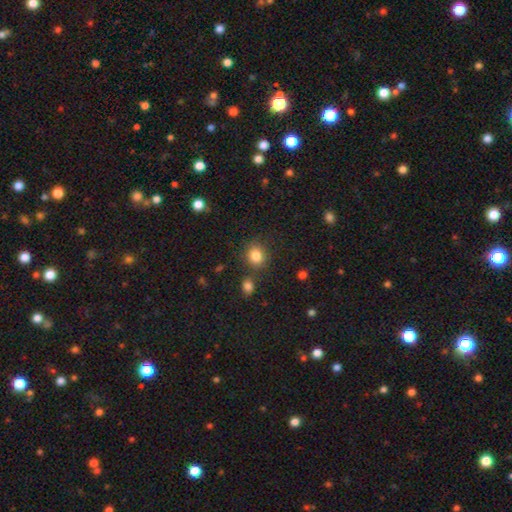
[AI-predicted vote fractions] smooth_or_featured: smooth (p=0.83) [alt: star or artifact p=0.11]
how_rounded: round (p=0.70) [alt: in between p=0.29]
merging: none (p=0.78) [alt: minor disturbance p=0.11]